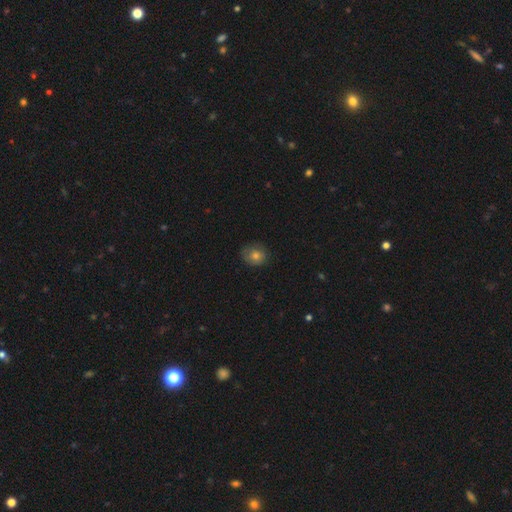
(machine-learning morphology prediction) This appears to be a smooth galaxy with no disk features (73%) that is round (68%). Merging: none (76%).